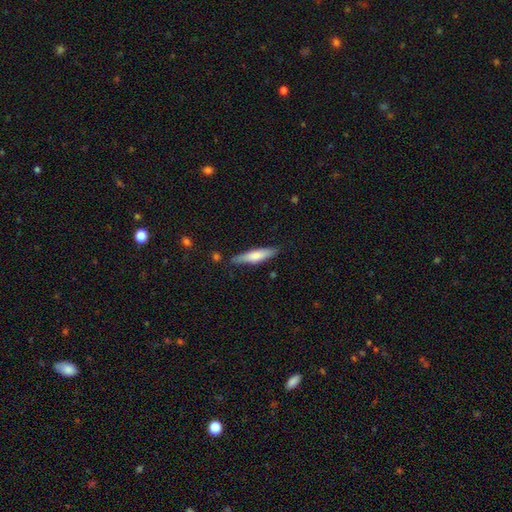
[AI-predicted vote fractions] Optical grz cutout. It shows a smooth galaxy with no disk features (64%) that is cigar-shaped (80%). Merging: none (81%).